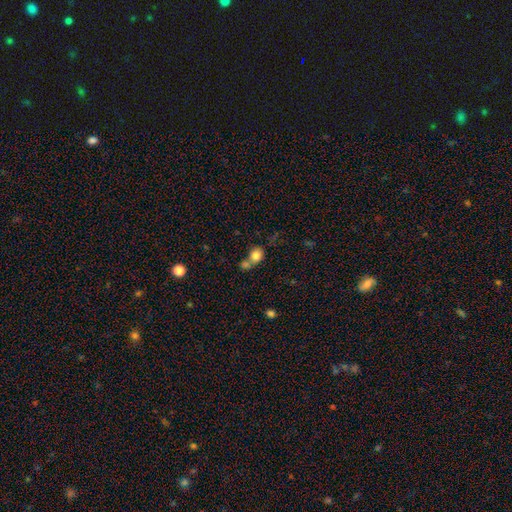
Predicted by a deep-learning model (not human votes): Smooth or featured? smooth (81%)
How rounded? round (75%)
Merging? merger (45%)